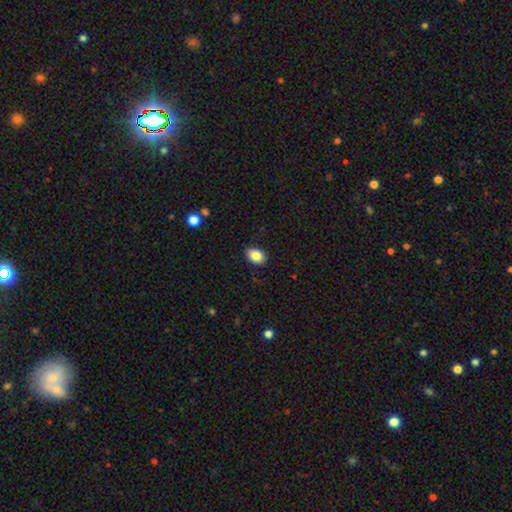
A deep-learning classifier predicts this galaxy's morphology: A smooth galaxy with no disk features (84%) that is in between round and cigar-shaped (80%). Merging: none (89%).